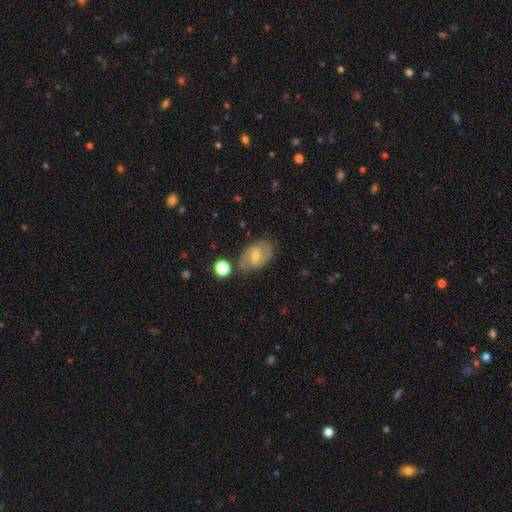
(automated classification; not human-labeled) featured or disk 70%, smooth 22%, star or artifact 8%. Down the decision tree: edge-on disk — no (96%); bar — weak (51%); spiral arms — yes (87%); spiral arm count — 2 (86%); spiral winding — medium (48%); bulge size — moderate (53%); merging — none (79%).